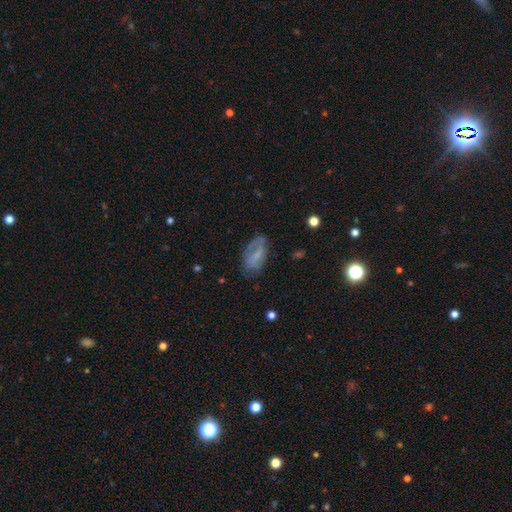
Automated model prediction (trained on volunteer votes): Smooth or featured?
  - smooth: 49% *
  - featured or disk: 42%
  - star or artifact: 9%
Merging?
  - none: 61% *
  - minor disturbance: 25%
  - major disturbance: 13%
  - merger: 2%